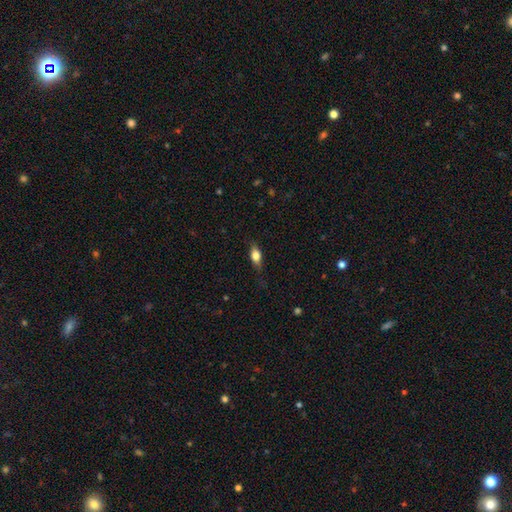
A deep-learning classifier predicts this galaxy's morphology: Q: Smooth or featured?
A: smooth (73%); runner-up: featured or disk (19%)
Q: How rounded?
A: in between (76%); runner-up: cigar-shaped (16%)
Q: Merging?
A: none (75%); runner-up: minor disturbance (19%)